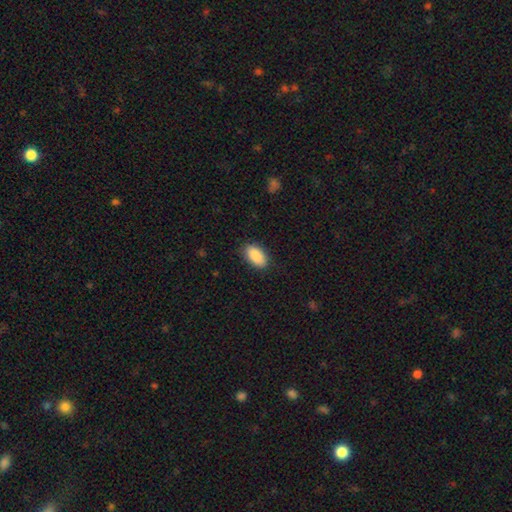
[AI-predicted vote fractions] Smooth or featured: smooth — 89% (star or artifact — 6%)
How rounded: in between — 94% (round — 4%)
Merging: none — 87% (minor disturbance — 10%)